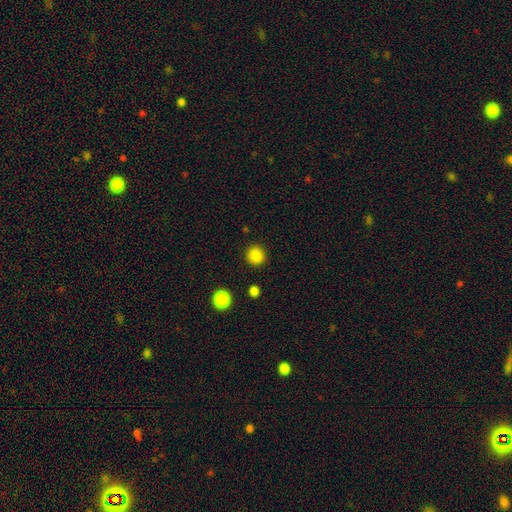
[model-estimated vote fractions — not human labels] smooth_or_featured: smooth (p=0.86) [alt: star or artifact p=0.11]
how_rounded: round (p=0.88) [alt: in between p=0.11]
merging: none (p=0.89) [alt: minor disturbance p=0.06]